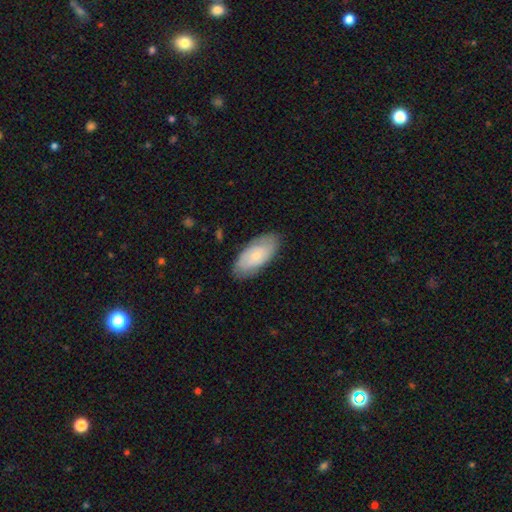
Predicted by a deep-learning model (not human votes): smooth 50%, featured or disk 45%, star or artifact 6%. Down the decision tree: merging — none (80%).